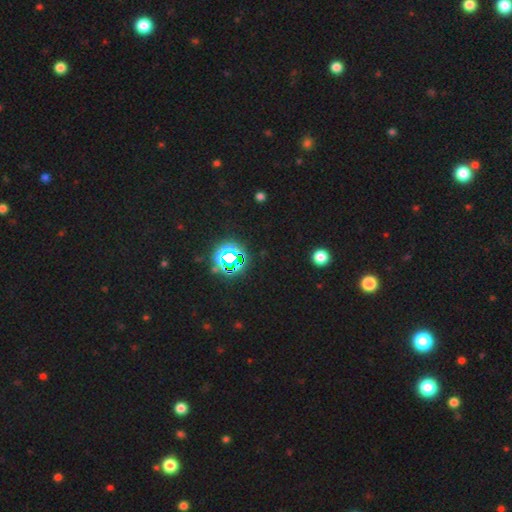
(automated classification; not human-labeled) A star or artifact, not a galaxy (77%).

Vote fractions:
- Smooth or featured? star or artifact: 77% / smooth: 16% / featured or disk: 7%